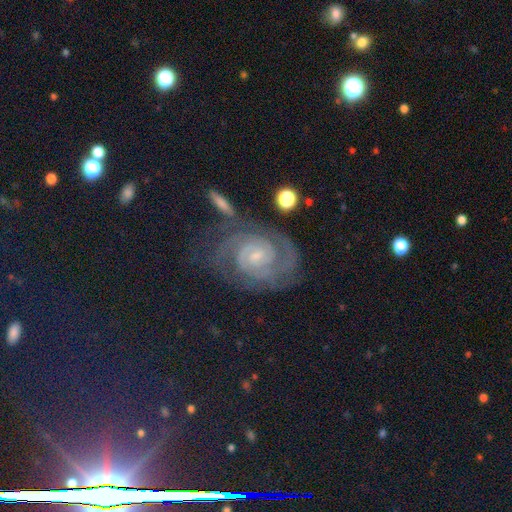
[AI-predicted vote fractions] This appears to be a featured or disk galaxy (81%) with no bar (52%), 2 (66%) tight (71%) spiral arms (97%) and a small central bulge (76%). Merging: none (70%).